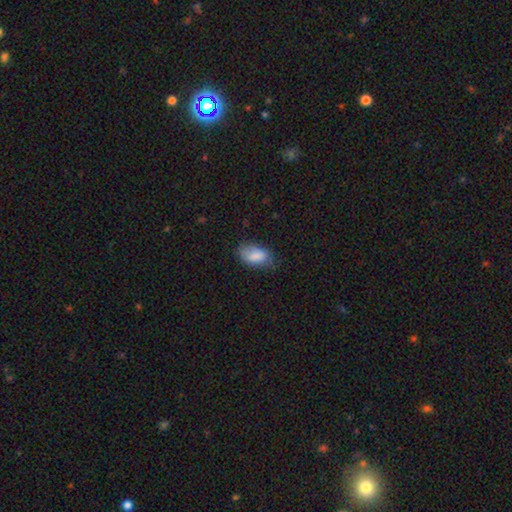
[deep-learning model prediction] A smooth galaxy with no disk features (85%) that is in between round and cigar-shaped (93%).

Vote fractions:
- Smooth or featured? smooth: 85% / featured or disk: 8% / star or artifact: 7%
- How rounded? in between: 93% / round: 4% / cigar-shaped: 3%
- Merging? none: 63% / minor disturbance: 28% / major disturbance: 7% / merger: 1%